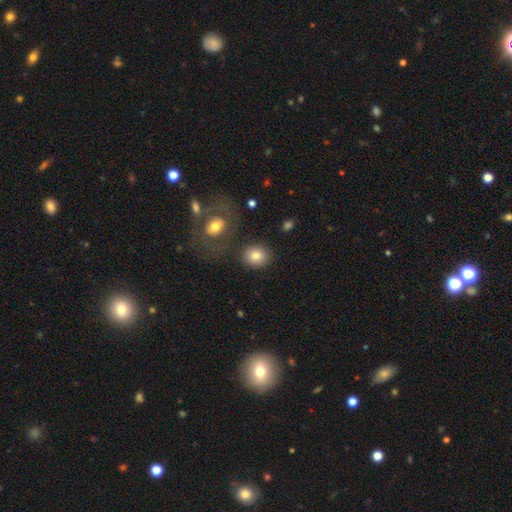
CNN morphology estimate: Smooth or featured? Predicted: smooth (p=0.82). How rounded? Predicted: round (p=0.66). Merging? Predicted: none (p=0.80).